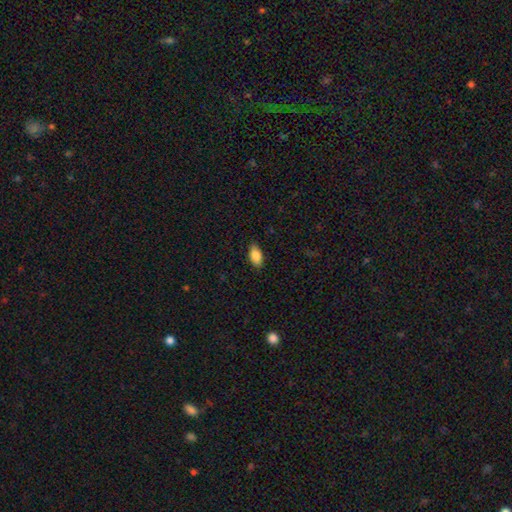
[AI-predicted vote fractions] The model was most divided on "smooth or featured": smooth: 84%, featured or disk: 8%, star or artifact: 7%. More confident: how rounded — in between (91%); merging — none (87%).